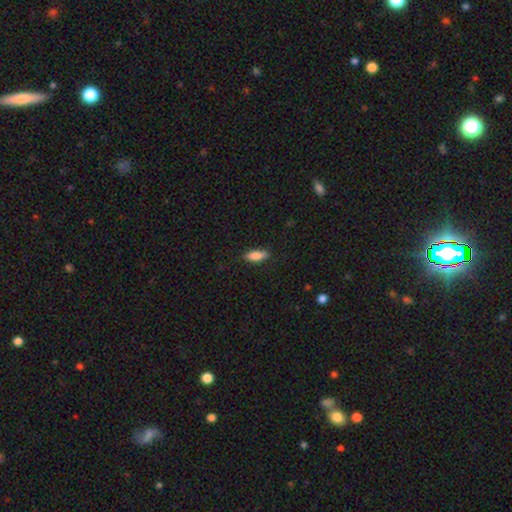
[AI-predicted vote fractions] Q: Smooth or featured?
A: smooth (83%); runner-up: featured or disk (10%)
Q: How rounded?
A: in between (67%); runner-up: cigar-shaped (31%)
Q: Merging?
A: none (85%); runner-up: minor disturbance (12%)